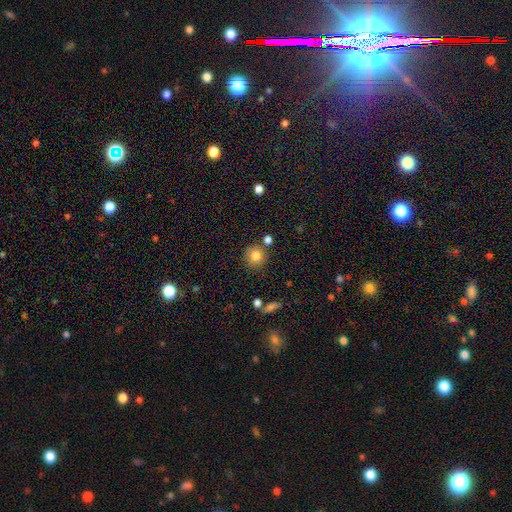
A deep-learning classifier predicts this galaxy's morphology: This appears to be a smooth galaxy with no disk features (81%) that is round (90%). Merging: none (79%).